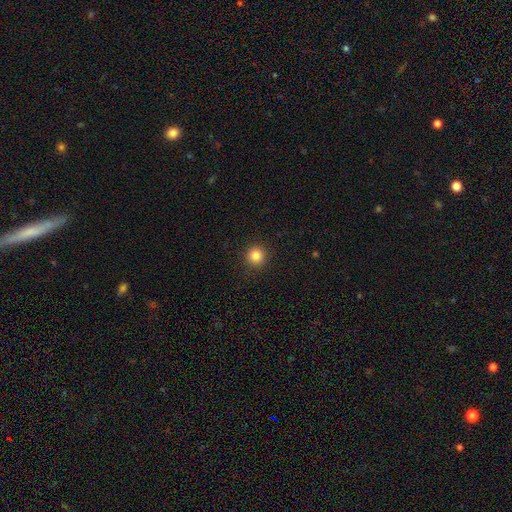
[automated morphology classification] A smooth galaxy with no disk features (84%) that is round (95%).

Vote fractions:
- Smooth or featured? smooth: 84% / star or artifact: 11% / featured or disk: 5%
- How rounded? round: 95% / in between: 4% / cigar-shaped: 1%
- Merging? none: 92% / minor disturbance: 5% / major disturbance: 2% / merger: 1%